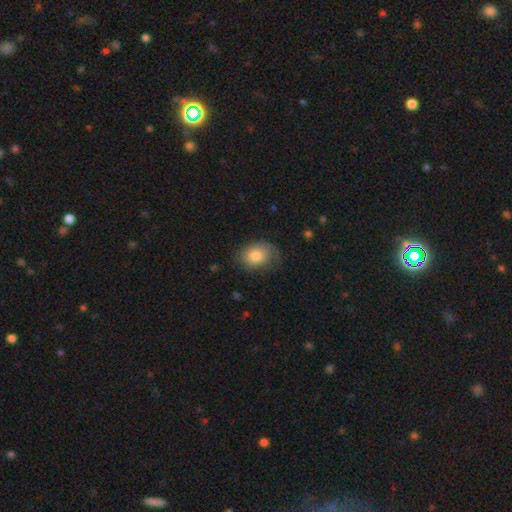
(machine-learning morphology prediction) Smooth or featured: smooth — 76% (featured or disk — 16%)
How rounded: in between — 61% (round — 38%)
Merging: none — 62% (minor disturbance — 27%)